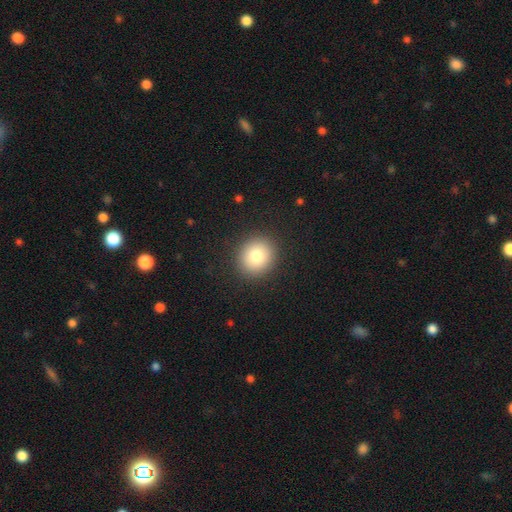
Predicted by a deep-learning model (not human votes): Q: Smooth or featured?
A: smooth (79%); runner-up: star or artifact (11%)
Q: How rounded?
A: round (88%); runner-up: in between (11%)
Q: Merging?
A: none (92%); runner-up: minor disturbance (5%)